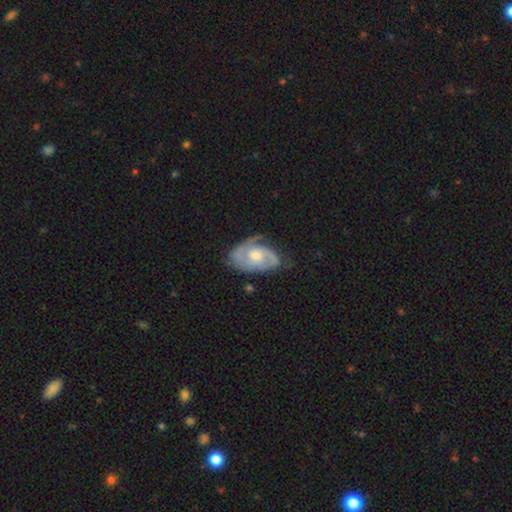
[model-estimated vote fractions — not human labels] This is likely a featured or disk galaxy (79%). It is clearly not viewed edge-on (96%). Bar: likely no (70%). Spiral arm pattern: clearly yes (92%). Spiral arm count: likely 2 (63%). Spiral winding: possibly tight (50%). Central bulge: likely moderate (66%). Merging: likely none (63%).